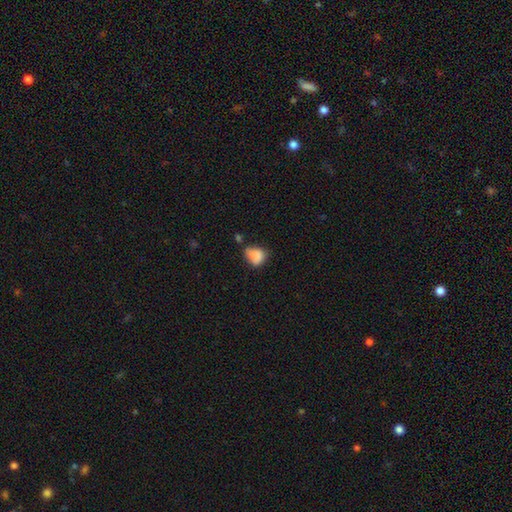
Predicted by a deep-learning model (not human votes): Smooth or featured: smooth — 83% (star or artifact — 9%)
How rounded: round — 55% (in between — 44%)
Merging: none — 39% (minor disturbance — 38%)